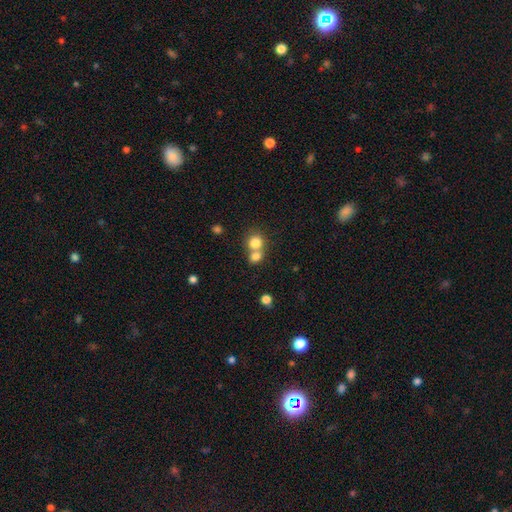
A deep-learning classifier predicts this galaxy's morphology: Smooth or featured? smooth (78%)
How rounded? round (76%)
Merging? merger (57%)